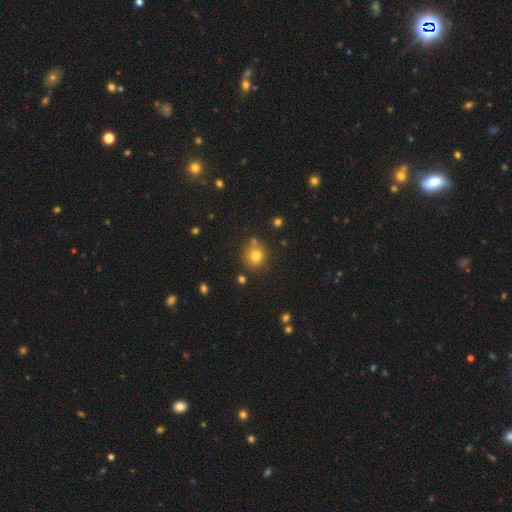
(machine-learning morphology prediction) This appears to be a smooth galaxy with no disk features (78%) that is round (88%). Merging: none (76%).